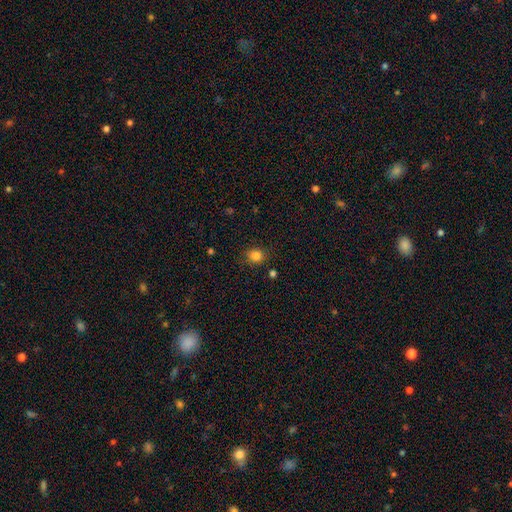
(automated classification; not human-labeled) This is clearly a smooth galaxy (83%). How rounded: likely round (65%). Merging: clearly none (84%).